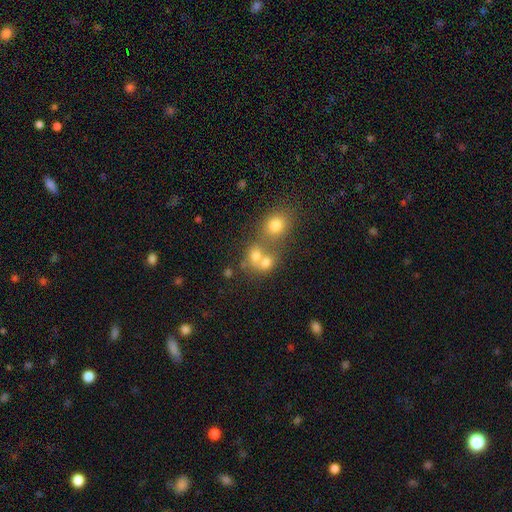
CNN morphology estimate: This is likely a smooth galaxy (70%). How rounded: likely round (67%). Merging: possibly merger (51%).